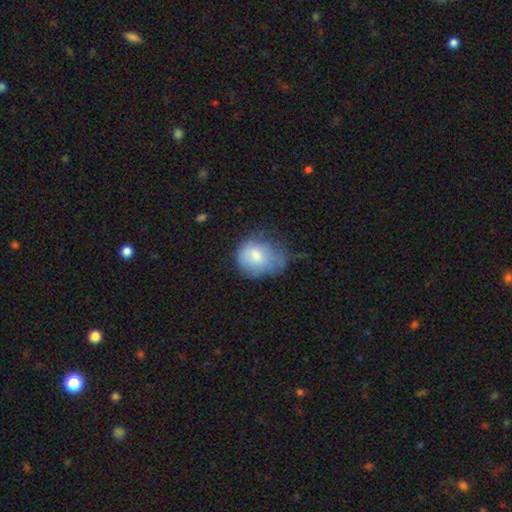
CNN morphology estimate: type=smooth (74%); roundness=round (60%); merging=minor disturbance (37%).